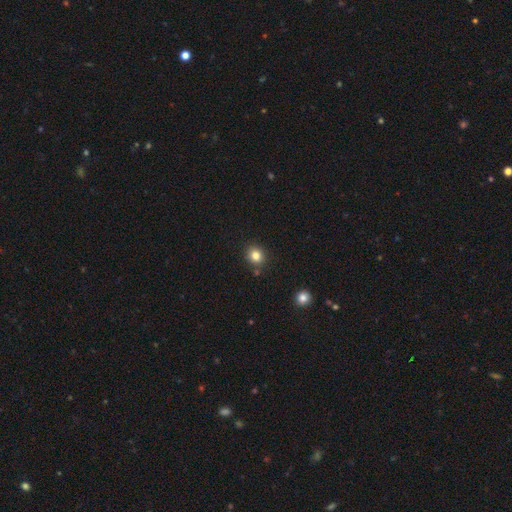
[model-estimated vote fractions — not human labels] Smooth or featured: smooth — 82% (star or artifact — 11%)
How rounded: round — 79% (in between — 20%)
Merging: none — 84% (minor disturbance — 9%)